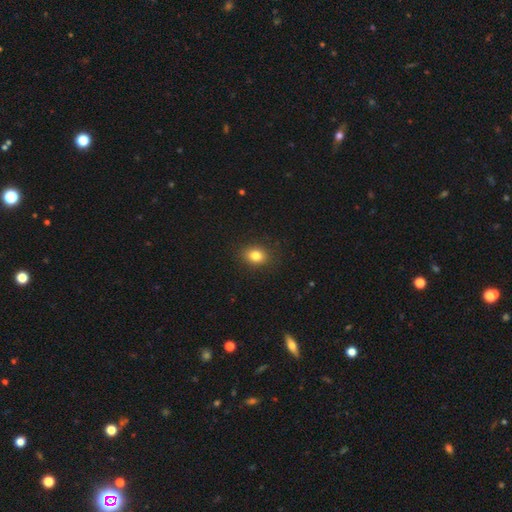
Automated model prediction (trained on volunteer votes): Smooth or featured?
  - smooth: 82% *
  - star or artifact: 11%
  - featured or disk: 7%
How rounded?
  - in between: 56% *
  - round: 43%
  - cigar-shaped: 1%
Merging?
  - none: 88% *
  - minor disturbance: 9%
  - major disturbance: 3%
  - merger: 1%